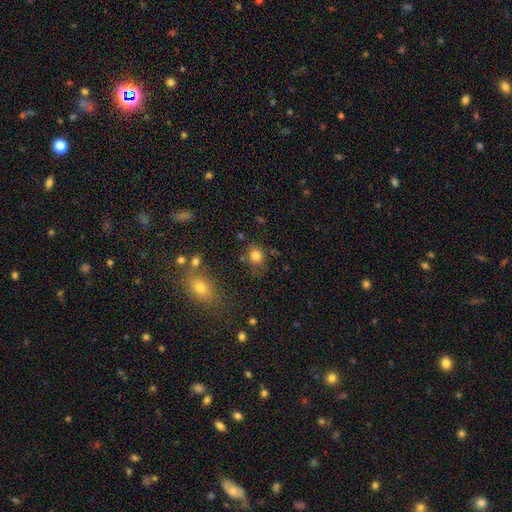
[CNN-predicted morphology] A smooth galaxy with no disk features (81%) that is round (74%).

Vote fractions:
- Smooth or featured? smooth: 81% / star or artifact: 13% / featured or disk: 6%
- How rounded? round: 74% / in between: 25% / cigar-shaped: 1%
- Merging? none: 72% / minor disturbance: 16% / merger: 7% / major disturbance: 6%